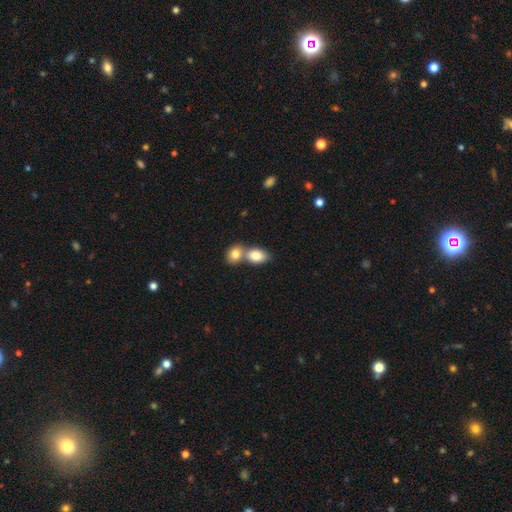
smooth-or-featured: smooth: 77% | featured or disk: 21% | star or artifact: 3%
  how-rounded: in between: 73% | round: 27% | cigar-shaped: 0%
  merging: merger: 53% | none: 42% | minor disturbance: 3% | major disturbance: 3%